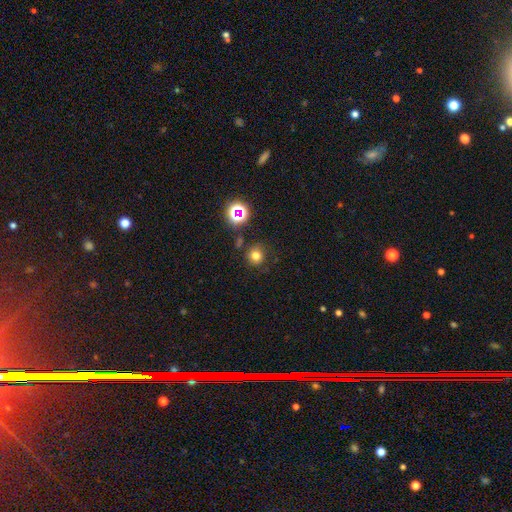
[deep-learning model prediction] smooth_or_featured: smooth (p=0.72) [alt: star or artifact p=0.21]
how_rounded: round (p=0.91) [alt: in between p=0.08]
merging: none (p=0.81) [alt: minor disturbance p=0.10]